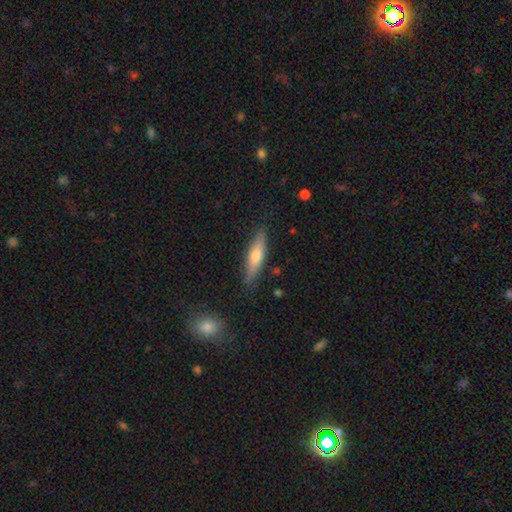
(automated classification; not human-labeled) smooth_or_featured: smooth (p=0.53) [alt: featured or disk p=0.40]
how_rounded: cigar-shaped (p=0.73) [alt: in between p=0.25]
merging: none (p=0.85) [alt: minor disturbance p=0.11]